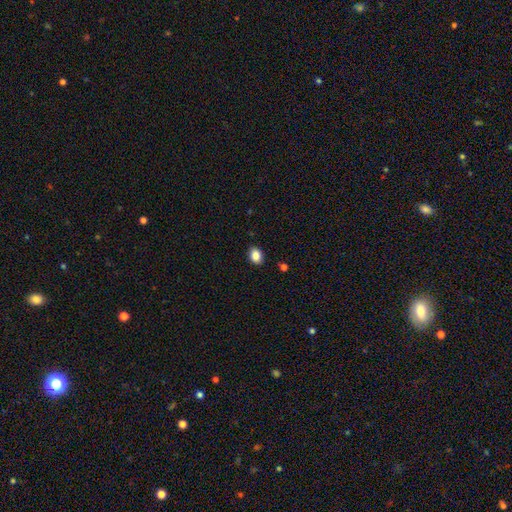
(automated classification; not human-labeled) Smooth or featured? Predicted: smooth (p=0.86). How rounded? Predicted: in between (p=0.66). Merging? Predicted: none (p=0.89).